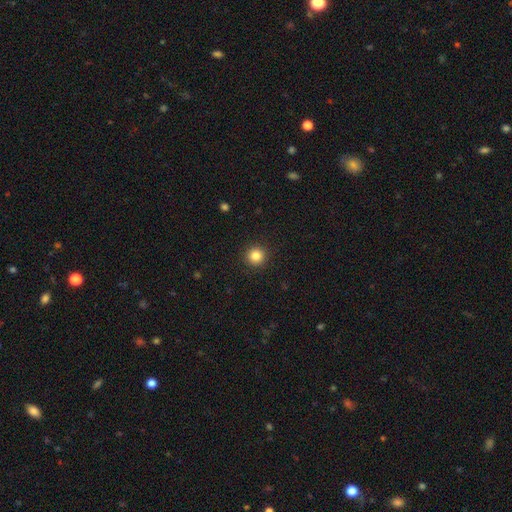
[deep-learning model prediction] A smooth galaxy with no disk features (84%) that is round (95%).

Vote fractions:
- Smooth or featured? smooth: 84% / star or artifact: 11% / featured or disk: 5%
- How rounded? round: 95% / in between: 4% / cigar-shaped: 1%
- Merging? none: 92% / minor disturbance: 5% / major disturbance: 2% / merger: 1%